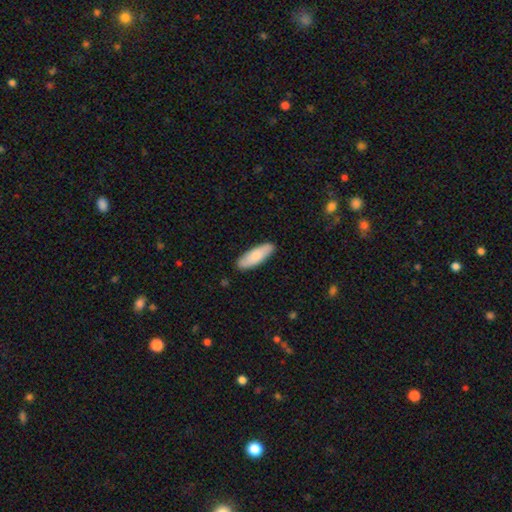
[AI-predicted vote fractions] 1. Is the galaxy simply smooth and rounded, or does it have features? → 82% smooth, 13% featured or disk, 5% star or artifact.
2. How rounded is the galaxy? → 60% in between, 39% cigar-shaped, 2% round.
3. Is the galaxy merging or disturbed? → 88% none, 9% minor disturbance, 2% major disturbance, 1% merger.